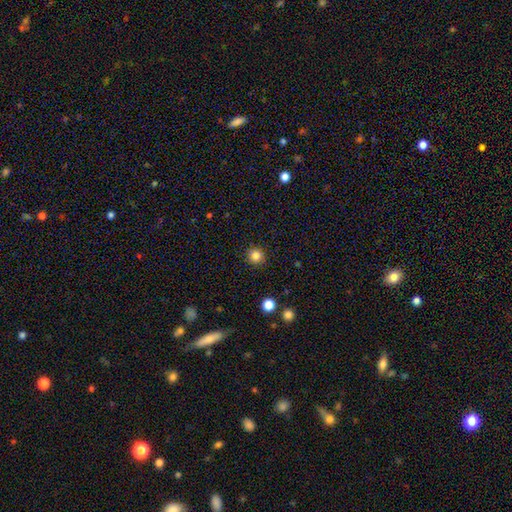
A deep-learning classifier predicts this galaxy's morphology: A smooth galaxy with no disk features (83%) that is round (93%). Merging: none (91%).